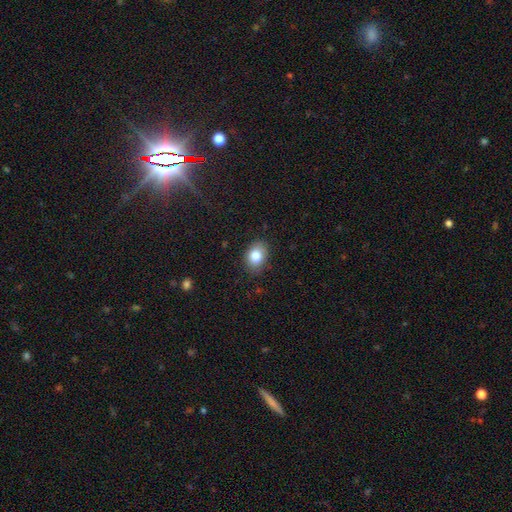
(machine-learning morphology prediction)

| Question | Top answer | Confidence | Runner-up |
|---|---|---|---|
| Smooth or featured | smooth | 83% | star or artifact (9%) |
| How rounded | in between | 67% | round (32%) |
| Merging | none | 83% | minor disturbance (13%) |